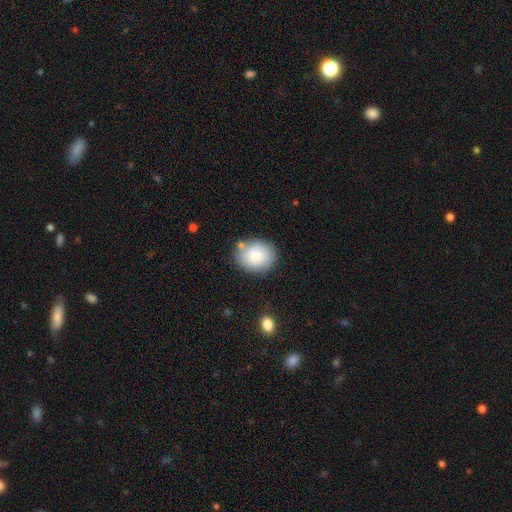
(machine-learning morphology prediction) Smooth or featured? smooth (82%)
How rounded? round (60%)
Merging? none (76%)